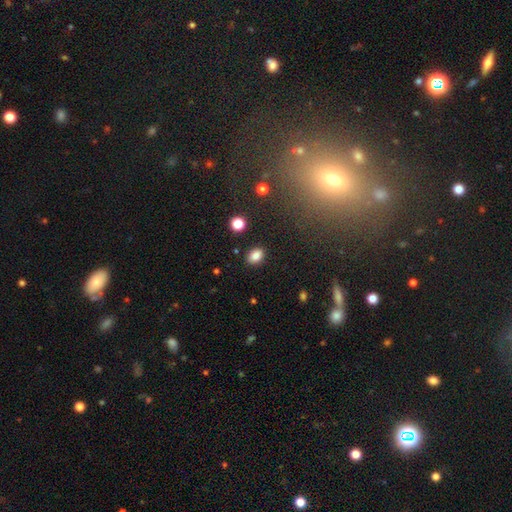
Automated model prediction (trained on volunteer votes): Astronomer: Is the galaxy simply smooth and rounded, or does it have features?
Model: smooth — 84%.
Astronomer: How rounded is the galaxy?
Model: in between — 76%.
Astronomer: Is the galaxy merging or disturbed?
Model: none — 87%.